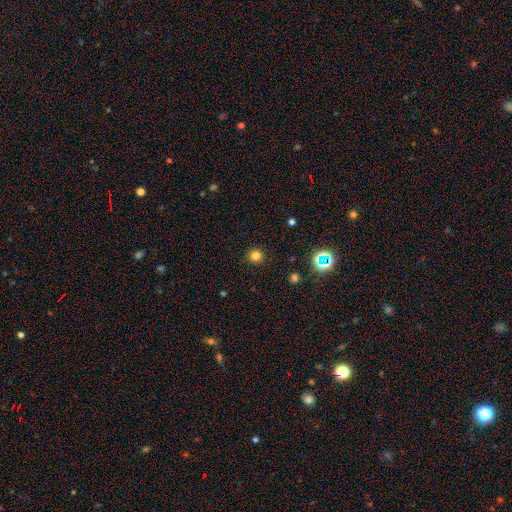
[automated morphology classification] This appears to be a smooth galaxy with no disk features (79%) that is round (94%). Merging: none (92%).